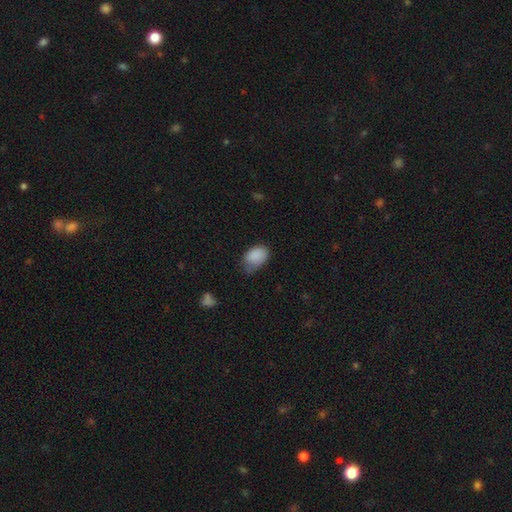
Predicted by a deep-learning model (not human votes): Q: Smooth or featured?
A: smooth (87%); runner-up: star or artifact (8%)
Q: How rounded?
A: in between (86%); runner-up: round (13%)
Q: Merging?
A: none (46%); runner-up: minor disturbance (41%)